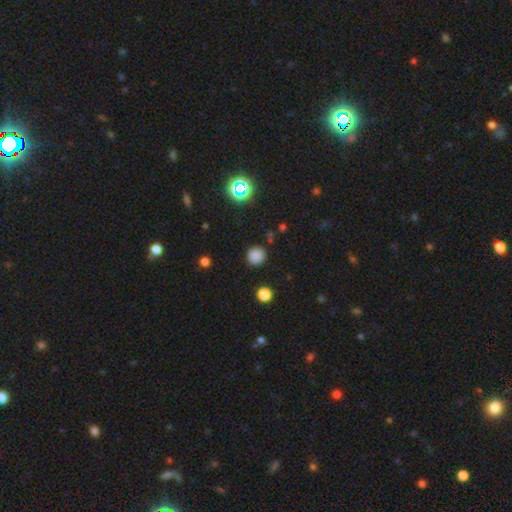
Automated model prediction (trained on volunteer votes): smooth 80%, star or artifact 16%, featured or disk 4%. Down the decision tree: how rounded — round (91%); merging — none (87%).